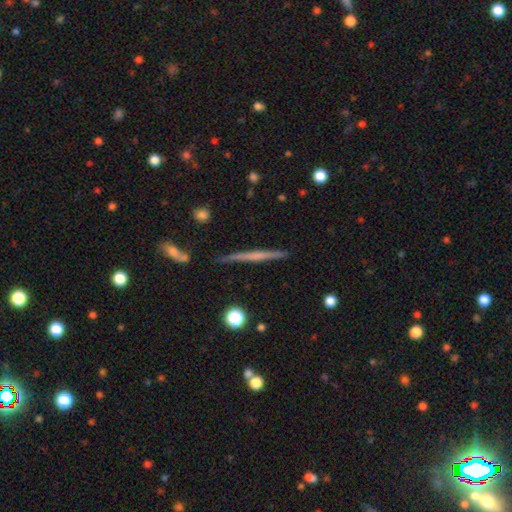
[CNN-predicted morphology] smooth-or-featured: featured or disk: 59% | smooth: 34% | star or artifact: 7%
  disk-edge-on: yes: 98% | no: 2%
    edge-on-bulge: none: 66% | rounded: 25% | boxy: 9%
  merging: none: 88% | minor disturbance: 8% | merger: 2% | major disturbance: 2%